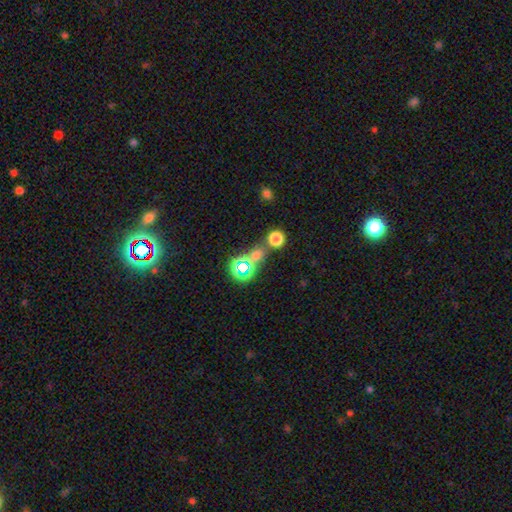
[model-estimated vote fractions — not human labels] smooth 46%, star or artifact 45%, featured or disk 9%. Down the decision tree: merging — none (62%).